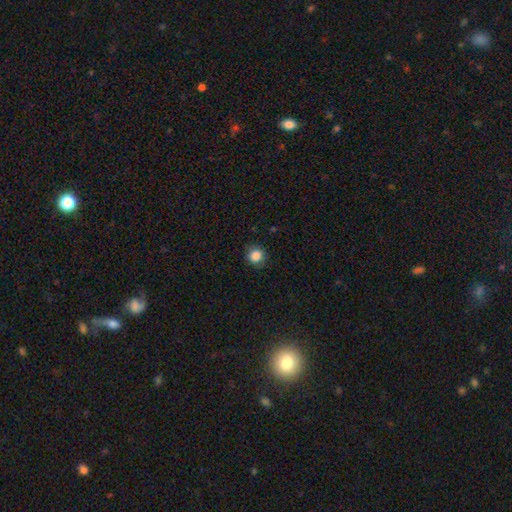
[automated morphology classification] smooth 85%, star or artifact 10%, featured or disk 4%. Down the decision tree: how rounded — round (90%); merging — none (87%).